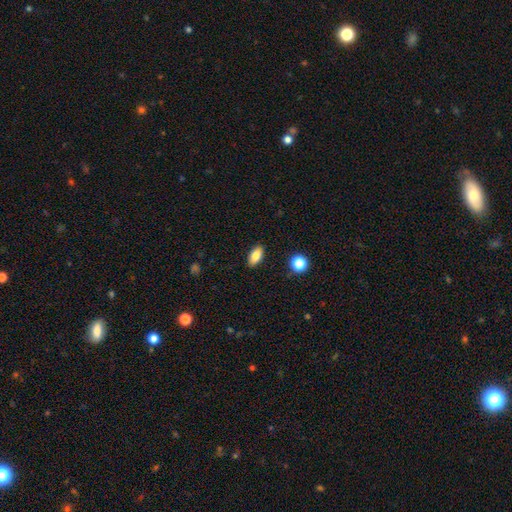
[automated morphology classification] This appears to be a smooth galaxy with no disk features (83%) that is in between round and cigar-shaped (90%). Merging: none (89%).